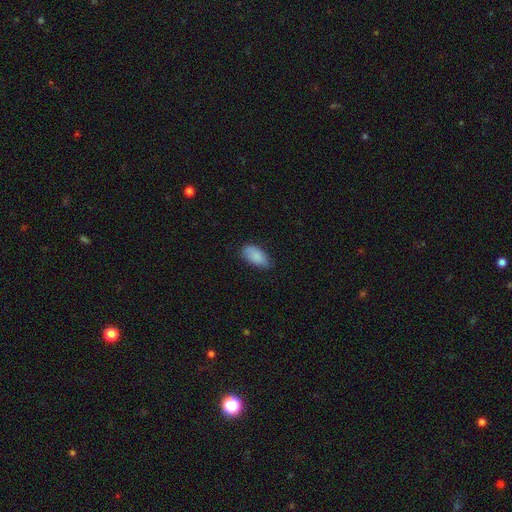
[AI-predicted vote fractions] Smooth or featured?
  - smooth: 88% *
  - star or artifact: 6%
  - featured or disk: 6%
How rounded?
  - in between: 93% *
  - cigar-shaped: 4%
  - round: 3%
Merging?
  - none: 74% *
  - minor disturbance: 21%
  - major disturbance: 3%
  - merger: 1%